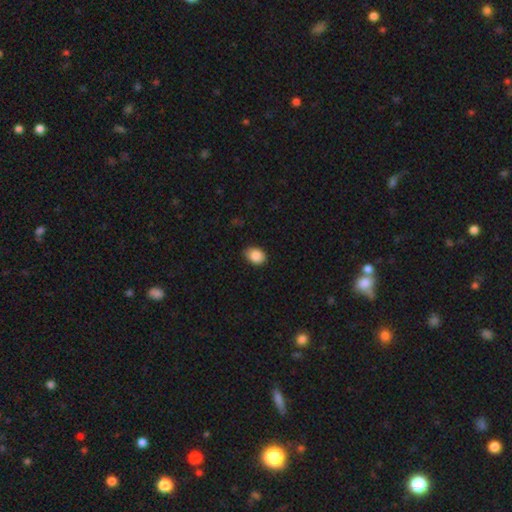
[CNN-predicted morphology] Smooth or featured? Predicted: smooth (p=0.88). How rounded? Predicted: in between (p=0.67). Merging? Predicted: none (p=0.79).